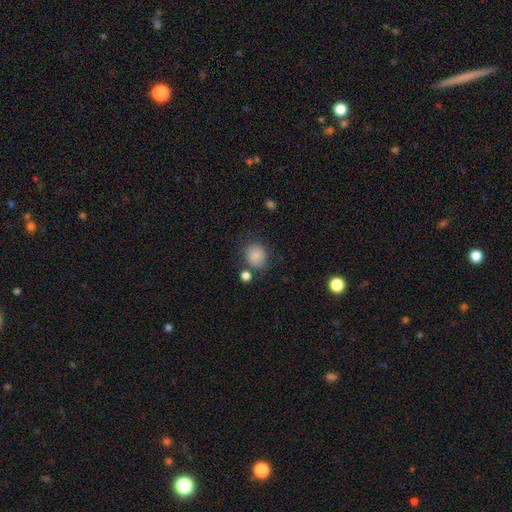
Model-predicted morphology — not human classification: A smooth galaxy with no disk features (85%) that is round (71%).

Vote fractions:
- Smooth or featured? smooth: 85% / star or artifact: 9% / featured or disk: 6%
- How rounded? round: 71% / in between: 28% / cigar-shaped: 1%
- Merging? none: 72% / minor disturbance: 14% / merger: 9% / major disturbance: 5%